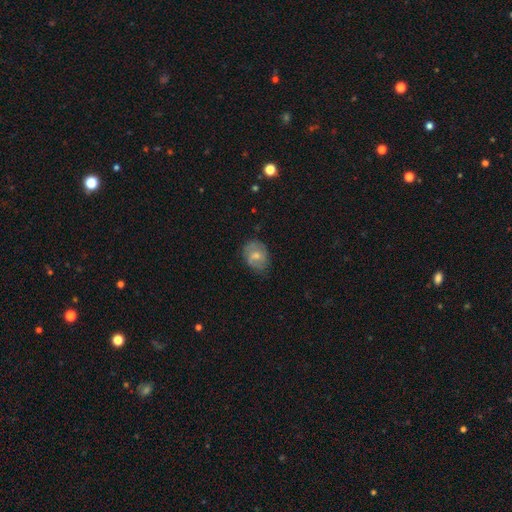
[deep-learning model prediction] This appears to be a smooth galaxy with no disk features (51%) that is in between round and cigar-shaped (55%). Merging: none (63%).